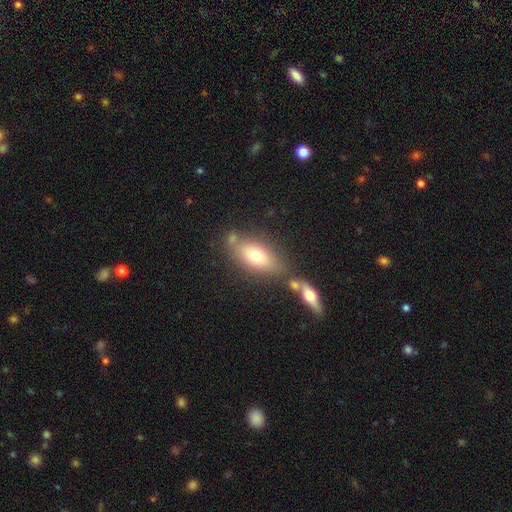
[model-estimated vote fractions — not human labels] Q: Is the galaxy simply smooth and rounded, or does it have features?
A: smooth — 70%.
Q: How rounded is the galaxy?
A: in between — 81%.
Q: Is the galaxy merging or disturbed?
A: none — 61%.